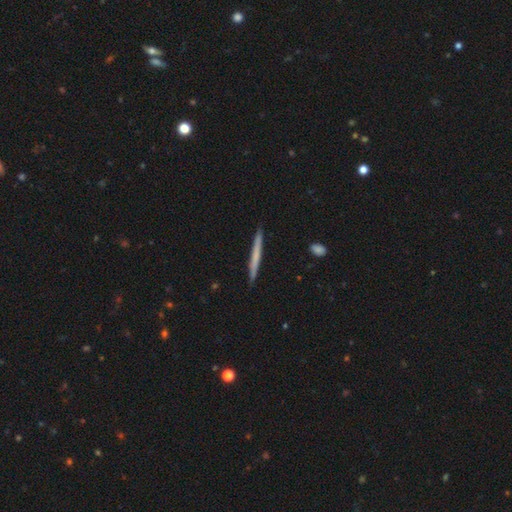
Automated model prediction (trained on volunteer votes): Overall: smooth (56%; featured or disk 38%). How rounded: cigar-shaped (97%). Merging: none (90%).